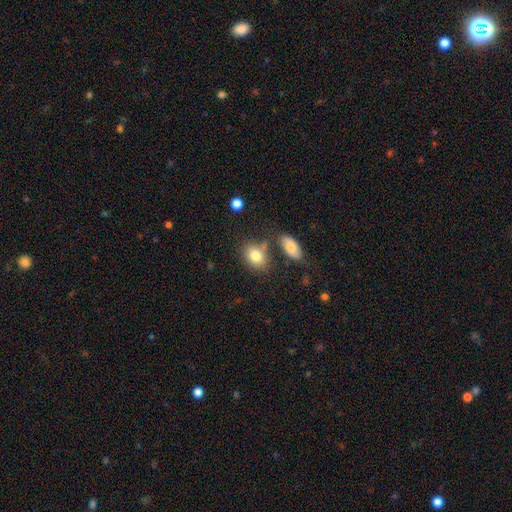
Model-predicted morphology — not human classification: type=smooth (80%); roundness=in between (70%); merging=none (62%).